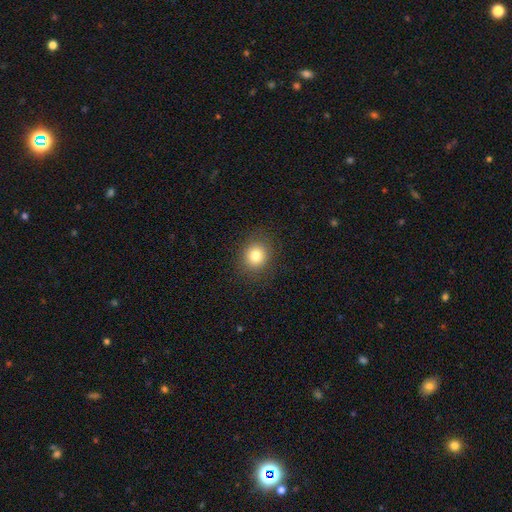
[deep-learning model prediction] A smooth galaxy with no disk features (81%) that is round (79%).

Vote fractions:
- Smooth or featured? smooth: 81% / star or artifact: 12% / featured or disk: 8%
- How rounded? round: 79% / in between: 20% / cigar-shaped: 1%
- Merging? none: 88% / minor disturbance: 8% / major disturbance: 3% / merger: 1%